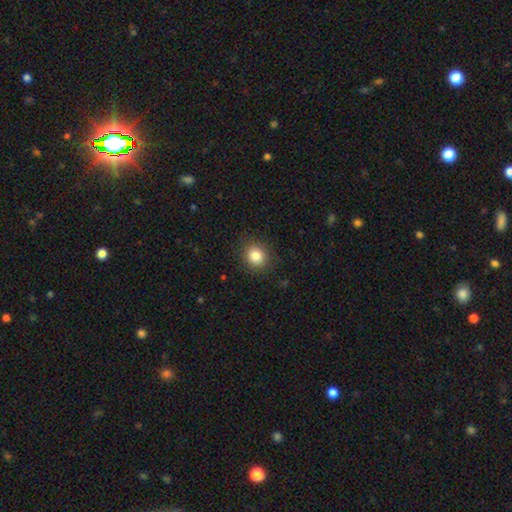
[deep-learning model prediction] smooth-or-featured: smooth: 84% | star or artifact: 10% | featured or disk: 6%
  how-rounded: round: 78% | in between: 21% | cigar-shaped: 1%
  merging: none: 88% | minor disturbance: 8% | major disturbance: 3% | merger: 1%